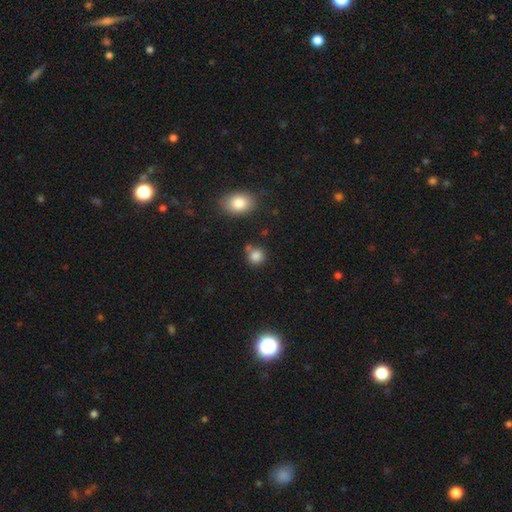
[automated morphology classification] This is clearly a smooth galaxy (84%). How rounded: clearly round (88%). Merging: likely none (74%).